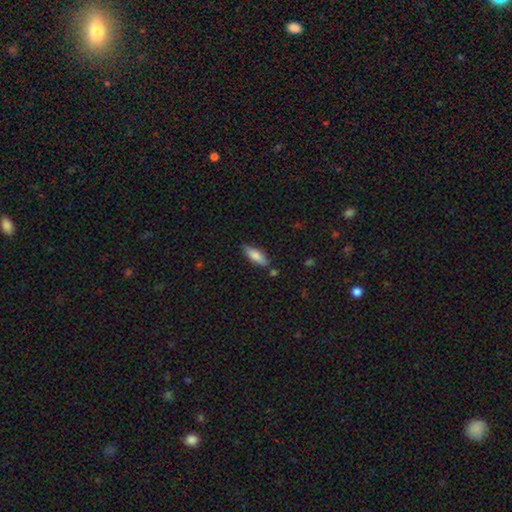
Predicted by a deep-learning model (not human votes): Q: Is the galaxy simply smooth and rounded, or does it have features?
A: smooth — 81%.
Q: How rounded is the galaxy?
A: in between — 62%.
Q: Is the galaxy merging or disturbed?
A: none — 76%.